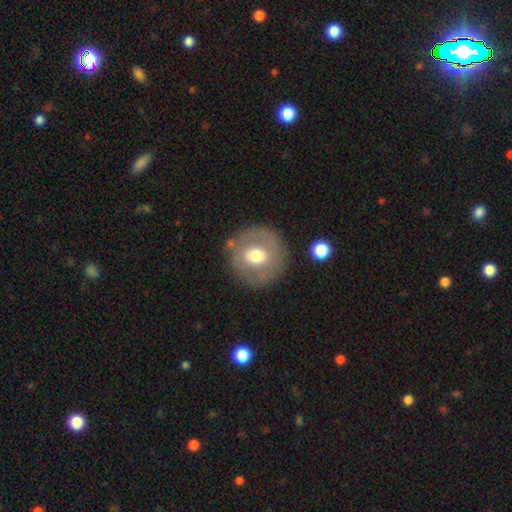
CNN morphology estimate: Overall: smooth (58%; featured or disk 34%). How rounded: round (91%). Merging: none (81%).